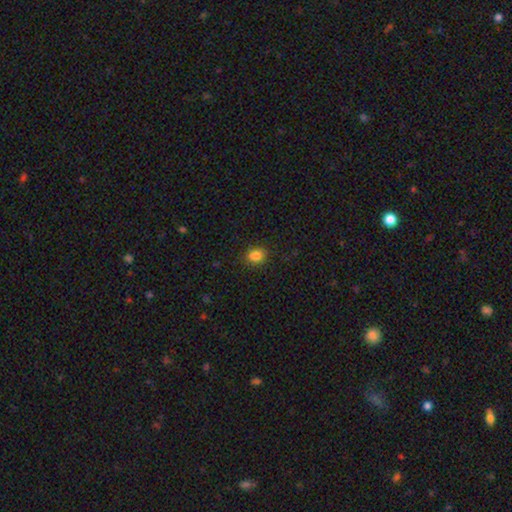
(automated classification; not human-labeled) A smooth galaxy with no disk features (84%) that is round (54%).

Vote fractions:
- Smooth or featured? smooth: 84% / star or artifact: 12% / featured or disk: 5%
- How rounded? round: 54% / in between: 45% / cigar-shaped: 1%
- Merging? none: 85% / minor disturbance: 11% / major disturbance: 3% / merger: 2%